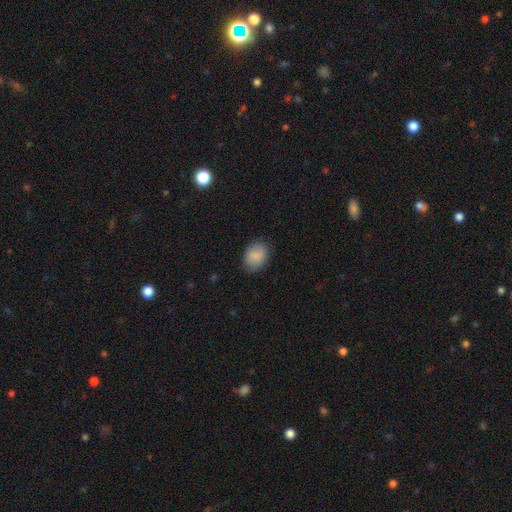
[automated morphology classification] Smooth or featured? Predicted: smooth (p=0.86). How rounded? Predicted: in between (p=0.66). Merging? Predicted: none (p=0.79).